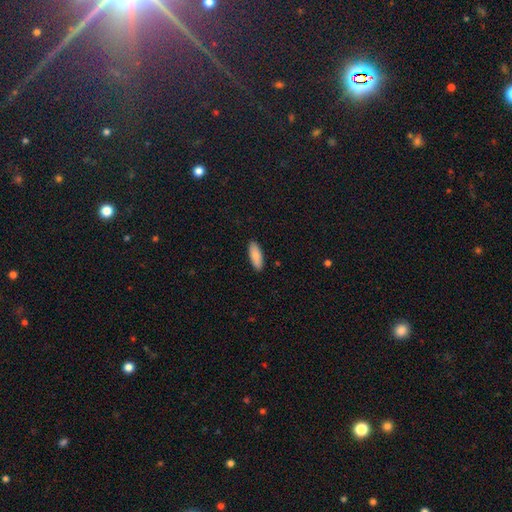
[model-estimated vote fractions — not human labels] Smooth or featured? Predicted: smooth (p=0.86). How rounded? Predicted: in between (p=0.67). Merging? Predicted: none (p=0.90).